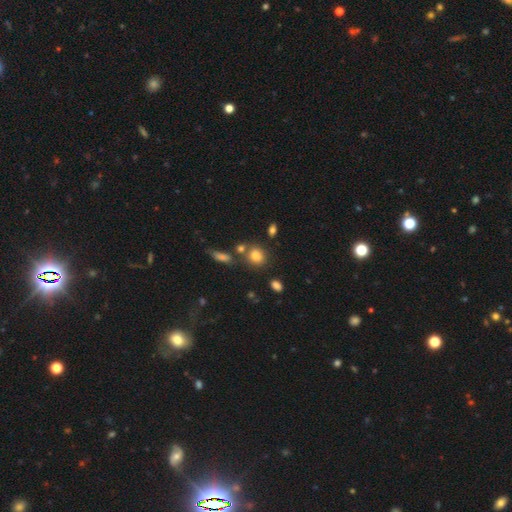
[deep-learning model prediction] This is clearly a smooth galaxy (81%). How rounded: likely round (63%). Merging: likely none (68%).